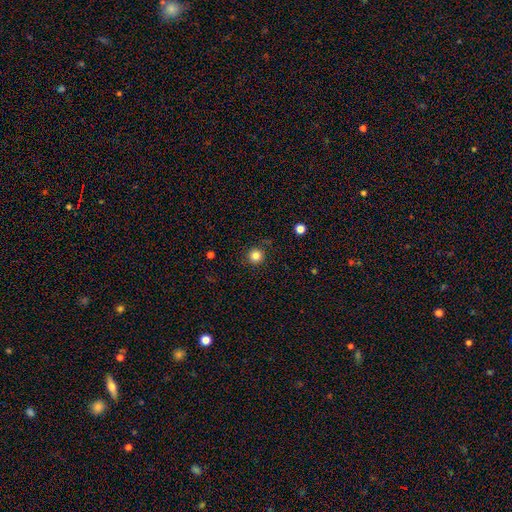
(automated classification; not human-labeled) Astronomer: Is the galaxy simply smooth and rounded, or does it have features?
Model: smooth — 83%.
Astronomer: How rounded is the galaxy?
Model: round — 95%.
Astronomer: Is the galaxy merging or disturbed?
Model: none — 89%.